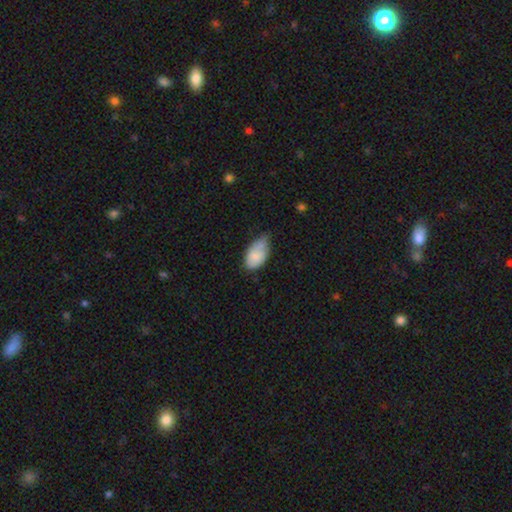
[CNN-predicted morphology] A smooth galaxy with no disk features (77%) that is in between round and cigar-shaped (94%).

Vote fractions:
- Smooth or featured? smooth: 77% / featured or disk: 16% / star or artifact: 7%
- How rounded? in between: 94% / round: 5% / cigar-shaped: 2%
- Merging? minor disturbance: 51% / none: 33% / major disturbance: 12% / merger: 4%